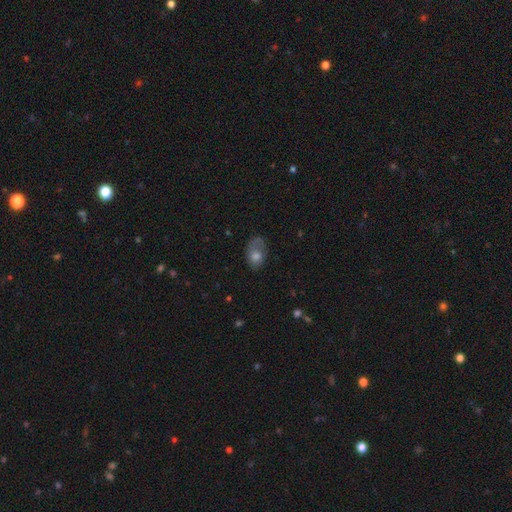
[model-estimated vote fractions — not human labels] Overall: smooth (63%; featured or disk 26%). How rounded: in between (82%). Merging: none (43%; minor disturbance 29%).